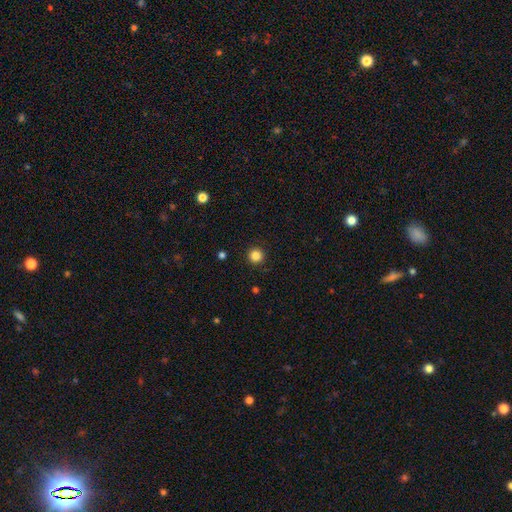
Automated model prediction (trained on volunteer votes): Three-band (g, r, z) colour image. It shows a smooth galaxy with no disk features (85%) that is round (96%). Merging: none (92%).